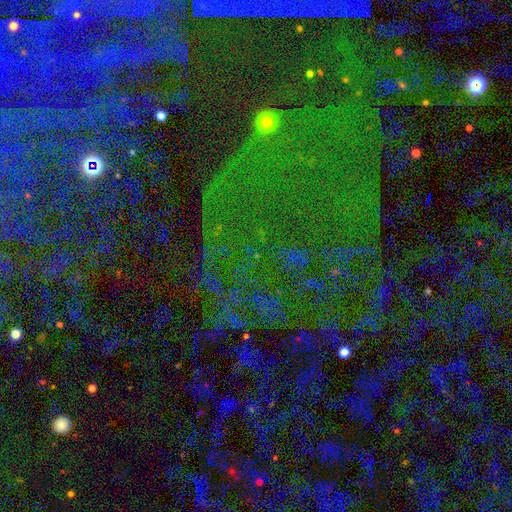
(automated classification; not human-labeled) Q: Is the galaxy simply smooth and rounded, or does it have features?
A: star or artifact — 78%.